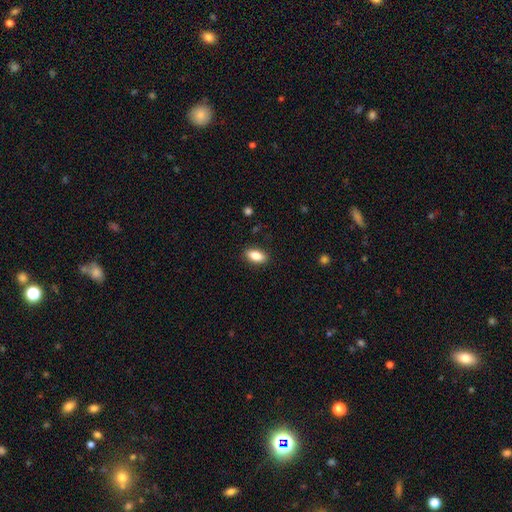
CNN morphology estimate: Q: Smooth or featured?
A: smooth (83%); runner-up: featured or disk (9%)
Q: How rounded?
A: in between (87%); runner-up: cigar-shaped (8%)
Q: Merging?
A: none (87%); runner-up: minor disturbance (9%)